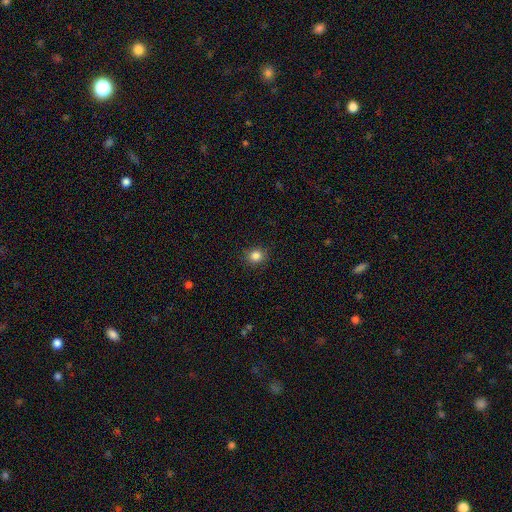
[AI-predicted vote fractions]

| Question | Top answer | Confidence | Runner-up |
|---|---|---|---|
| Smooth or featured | smooth | 84% | star or artifact (11%) |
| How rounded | round | 83% | in between (16%) |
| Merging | none | 90% | minor disturbance (7%) |